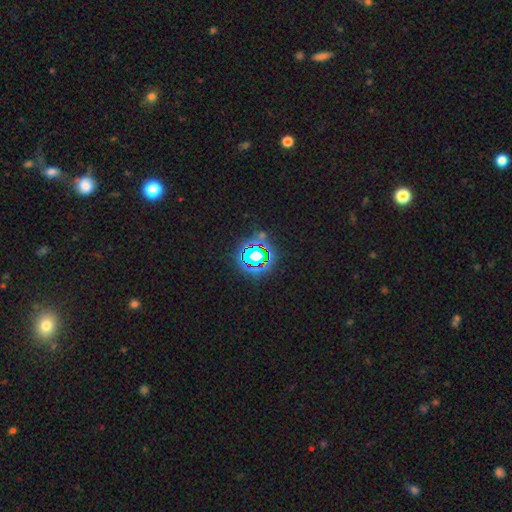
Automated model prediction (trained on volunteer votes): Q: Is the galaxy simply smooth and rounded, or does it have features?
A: star or artifact — 70%.